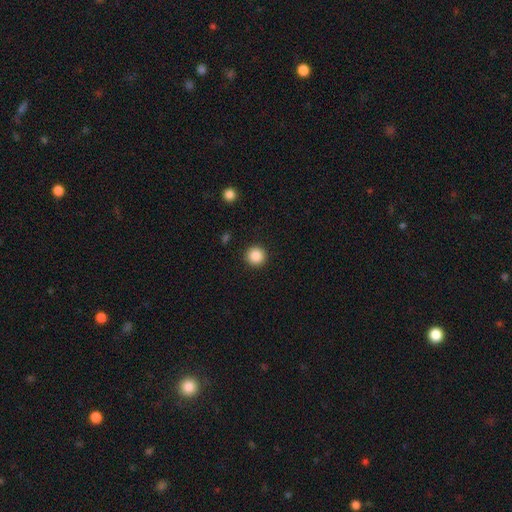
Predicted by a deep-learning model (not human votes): This appears to be a smooth galaxy with no disk features (87%) that is round (95%). Merging: none (92%).